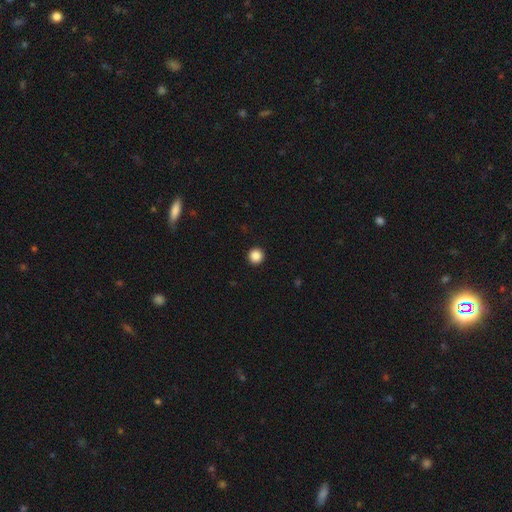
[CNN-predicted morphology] A smooth galaxy with no disk features (87%) that is round (96%).

Vote fractions:
- Smooth or featured? smooth: 87% / star or artifact: 10% / featured or disk: 3%
- How rounded? round: 96% / in between: 3% / cigar-shaped: 1%
- Merging? none: 94% / minor disturbance: 4% / major disturbance: 1% / merger: 1%